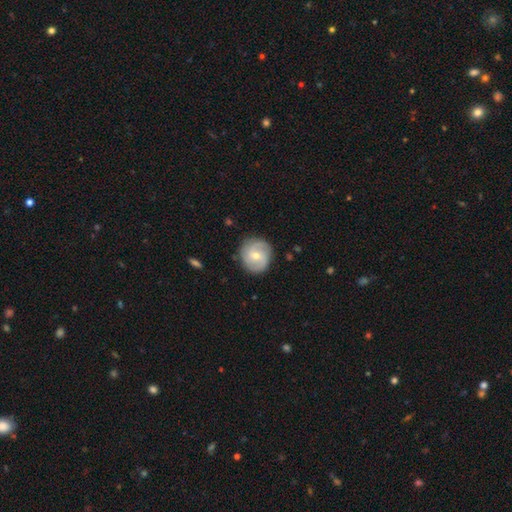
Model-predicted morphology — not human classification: Smooth or featured: featured or disk — 66% (smooth — 27%)
Edge-on disk: no — 97% (yes — 3%)
Bar: no — 59% (weak — 34%)
Spiral arms: yes — 87% (no — 13%)
Spiral winding: tight — 48% (medium — 38%)
Spiral arm count: 2 — 50% (can't tell — 21%)
Bulge size: moderate — 53% (small — 44%)
Merging: none — 84% (minor disturbance — 12%)